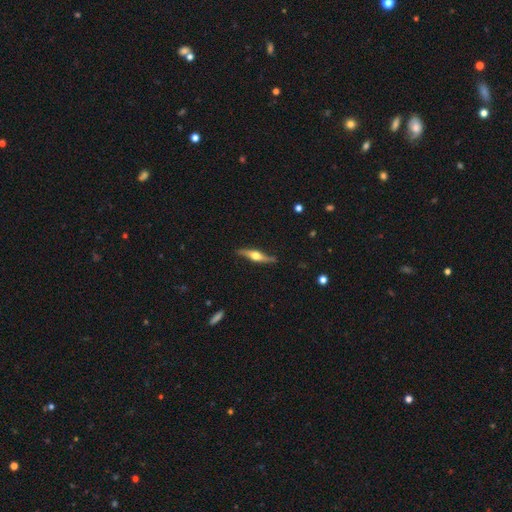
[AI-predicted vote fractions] Smooth or featured? Predicted: featured or disk (p=0.71). Edge-on disk? Predicted: yes (p=0.93). Edge-on bulge? Predicted: rounded (p=0.94). Merging? Predicted: none (p=0.81).